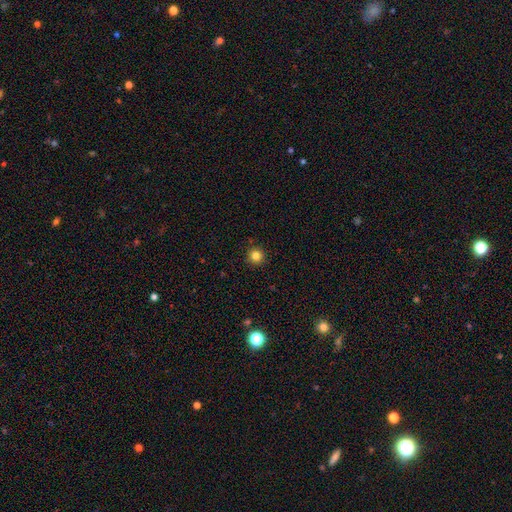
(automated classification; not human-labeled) Smooth or featured?
  - smooth: 82% *
  - star or artifact: 13%
  - featured or disk: 5%
How rounded?
  - round: 95% *
  - in between: 4%
  - cigar-shaped: 1%
Merging?
  - none: 92% *
  - minor disturbance: 5%
  - major disturbance: 2%
  - merger: 1%